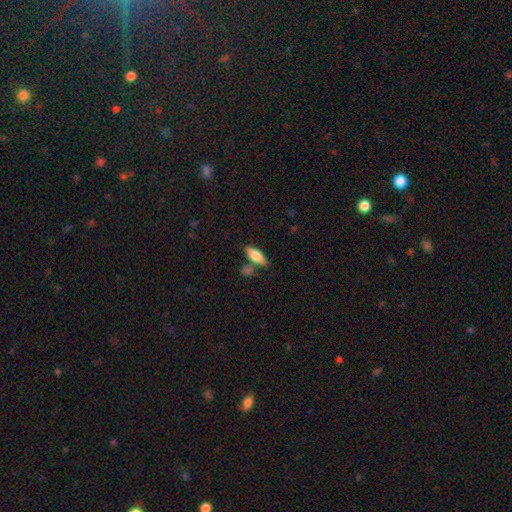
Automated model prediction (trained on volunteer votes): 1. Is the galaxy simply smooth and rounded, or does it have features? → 74% smooth, 19% featured or disk, 6% star or artifact.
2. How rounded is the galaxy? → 69% in between, 29% cigar-shaped, 3% round.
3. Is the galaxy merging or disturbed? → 70% none, 14% minor disturbance, 12% merger, 4% major disturbance.